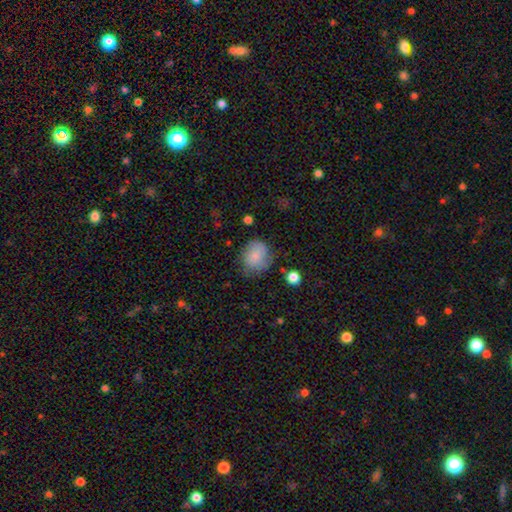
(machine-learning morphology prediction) smooth_or_featured: smooth (p=0.79) [alt: featured or disk p=0.12]
how_rounded: round (p=0.73) [alt: in between p=0.26]
merging: none (p=0.65) [alt: minor disturbance p=0.24]